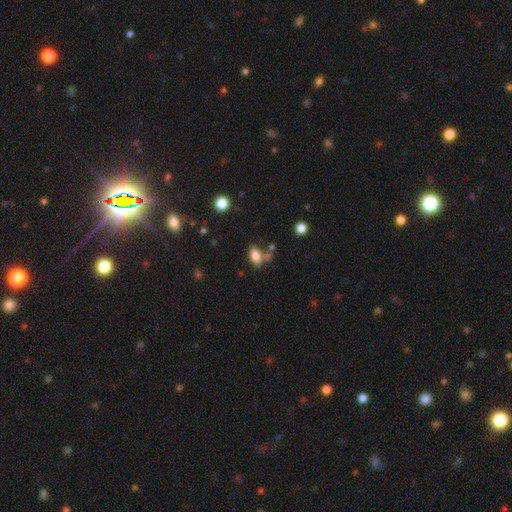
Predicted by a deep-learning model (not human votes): Q: Smooth or featured?
A: smooth (78%); runner-up: featured or disk (12%)
Q: How rounded?
A: in between (87%); runner-up: round (6%)
Q: Merging?
A: none (58%); runner-up: merger (20%)